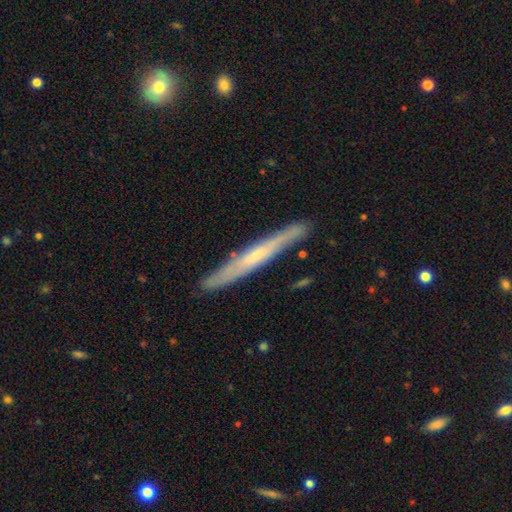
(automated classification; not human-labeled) Q: Smooth or featured?
A: featured or disk (59%); runner-up: smooth (36%)
Q: Edge-on disk?
A: yes (92%); runner-up: no (8%)
Q: Edge-on bulge?
A: none (60%); runner-up: rounded (33%)
Q: Merging?
A: none (88%); runner-up: minor disturbance (9%)